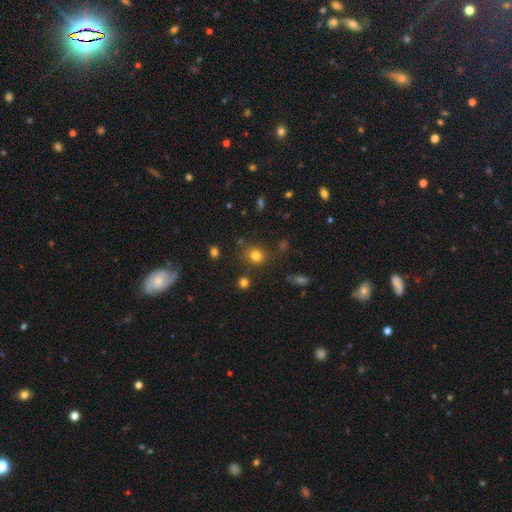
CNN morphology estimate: smooth 78%, star or artifact 15%, featured or disk 7%. Down the decision tree: how rounded — round (65%); merging — none (77%).